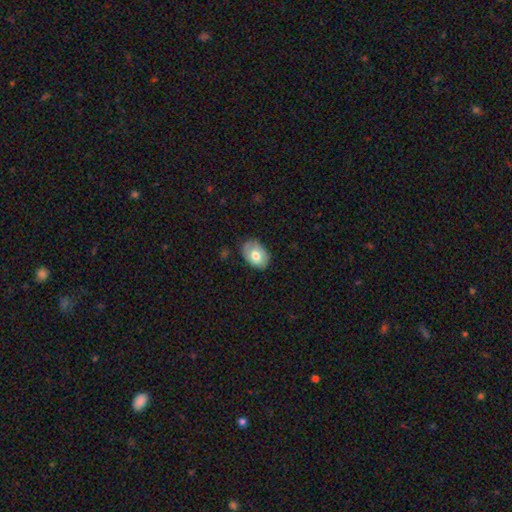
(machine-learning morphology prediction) Smooth or featured: smooth — 62% (featured or disk — 31%)
How rounded: in between — 82% (round — 17%)
Merging: none — 77% (minor disturbance — 18%)